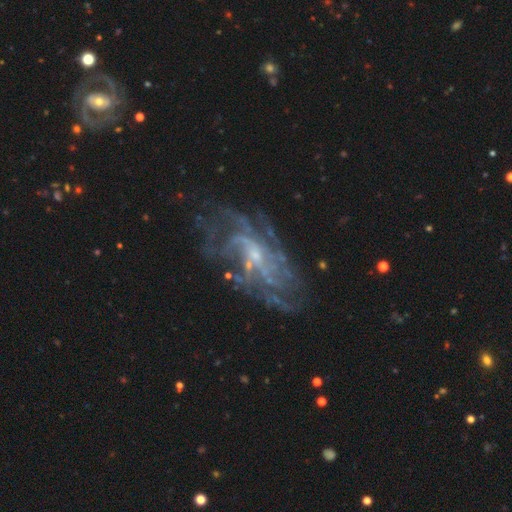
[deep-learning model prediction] A featured or disk galaxy (84%) with no bar (52%), tight (41%) spiral arms (89%) and a small central bulge (74%).

Vote fractions:
- Smooth or featured? featured or disk: 84% / star or artifact: 9% / smooth: 7%
- Edge-on disk? no: 94% / yes: 6%
- Bar? no: 52% / weak: 39% / strong: 9%
- Spiral arms? yes: 89% / no: 11%
- Spiral winding? tight: 41% / medium: 39% / loose: 20%
- Spiral arm count? can't tell: 42% / 4: 18% / more than 4: 12% / 3: 11% / 2: 10% / 1: 7%
- Bulge size? small: 74% / moderate: 16% / none: 8% / large: 1% / dominant: 1%
- Merging? none: 67% / minor disturbance: 17% / major disturbance: 13% / merger: 3%